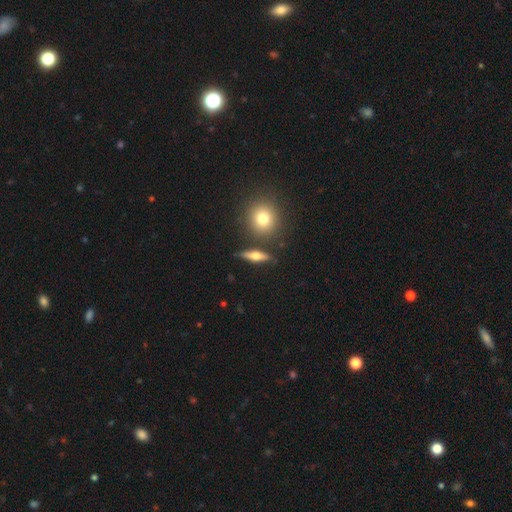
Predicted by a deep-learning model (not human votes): smooth_or_featured: featured or disk (p=0.54) [alt: smooth p=0.38]
disk_edge_on: yes (p=0.91) [alt: no p=0.09]
merging: none (p=0.83) [alt: minor disturbance p=0.09]